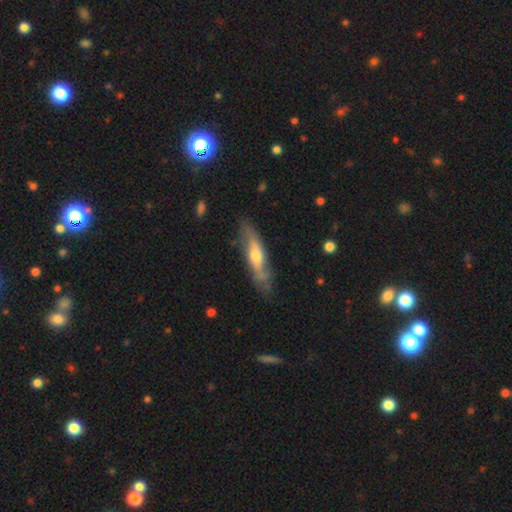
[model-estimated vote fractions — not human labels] Smooth or featured? featured or disk (55%)
Edge-on disk? no (54%)
Merging? none (69%)